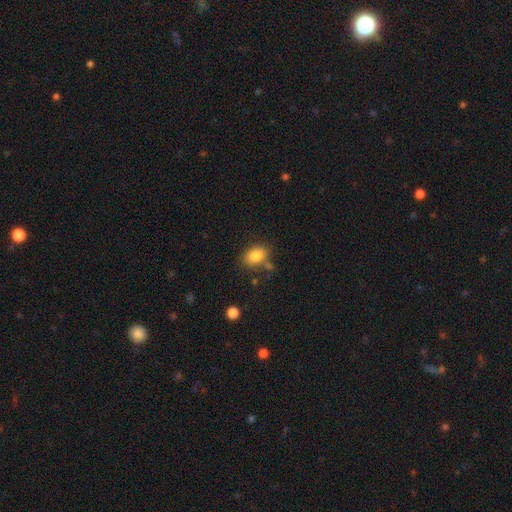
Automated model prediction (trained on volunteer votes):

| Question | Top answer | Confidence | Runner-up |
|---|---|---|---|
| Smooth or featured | smooth | 84% | star or artifact (9%) |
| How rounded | in between | 78% | round (20%) |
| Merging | none | 71% | minor disturbance (16%) |